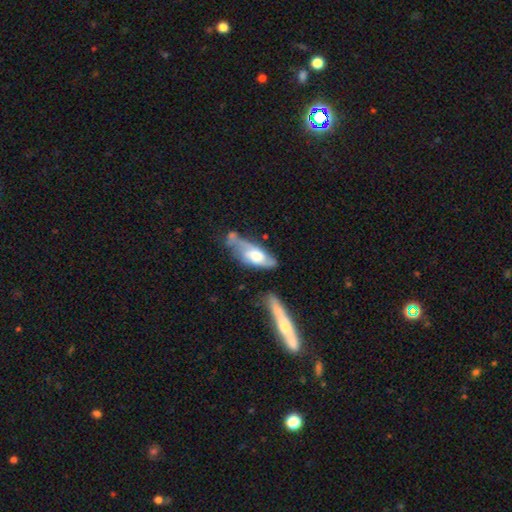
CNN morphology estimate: smooth-or-featured: featured or disk: 60% | smooth: 34% | star or artifact: 6%
  disk-edge-on: no: 77% | yes: 23%
  merging: none: 41% | minor disturbance: 28% | major disturbance: 17% | merger: 14%